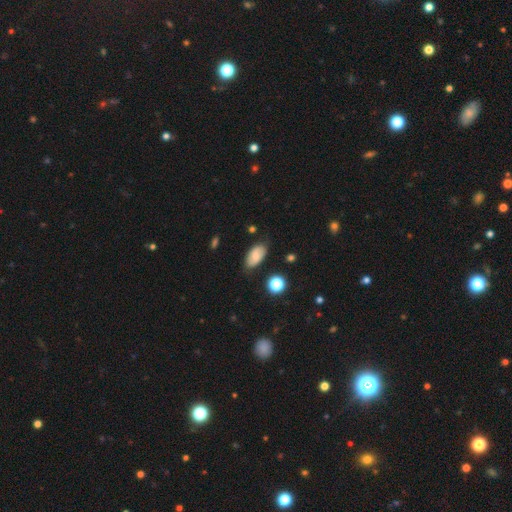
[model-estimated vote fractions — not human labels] Smooth or featured?
  - smooth: 68% *
  - featured or disk: 23%
  - star or artifact: 9%
How rounded?
  - in between: 92% *
  - round: 5%
  - cigar-shaped: 3%
Merging?
  - none: 78% *
  - minor disturbance: 17%
  - major disturbance: 4%
  - merger: 2%